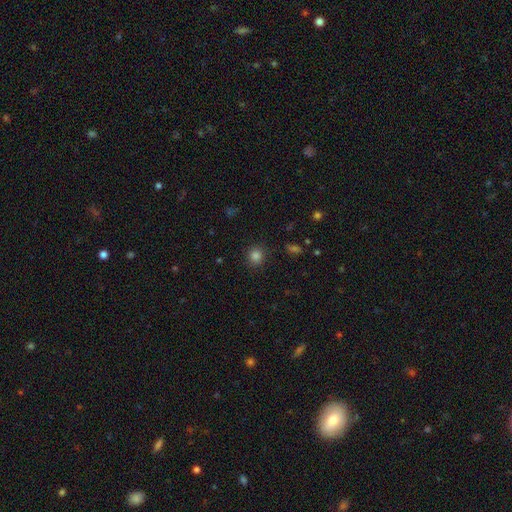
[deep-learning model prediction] smooth-or-featured: smooth: 83% | star or artifact: 13% | featured or disk: 4%
  how-rounded: round: 90% | in between: 9% | cigar-shaped: 1%
  merging: none: 89% | minor disturbance: 7% | major disturbance: 2% | merger: 1%